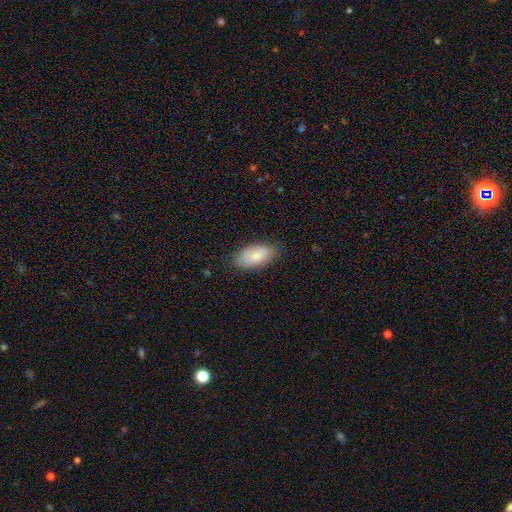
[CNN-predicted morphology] smooth_or_featured: smooth (p=0.81) [alt: featured or disk p=0.13]
how_rounded: in between (p=0.93) [alt: cigar-shaped p=0.04]
merging: none (p=0.81) [alt: minor disturbance p=0.15]